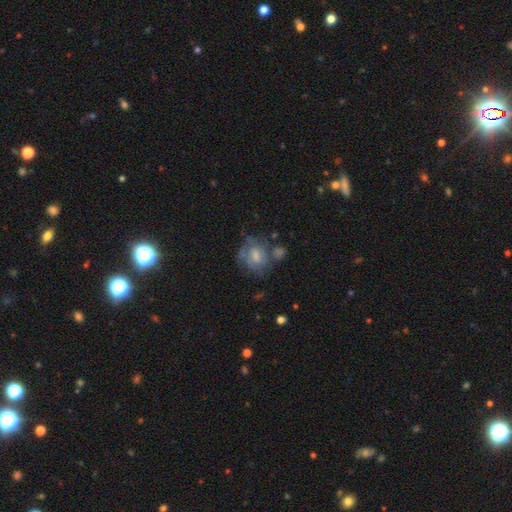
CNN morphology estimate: This is possibly a featured or disk galaxy (49%). Merging: marginally none (44%).